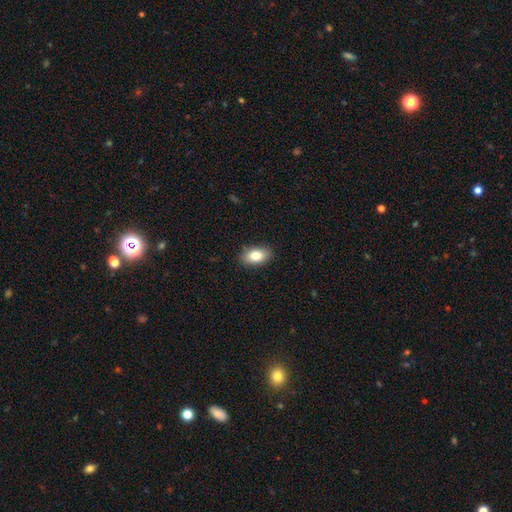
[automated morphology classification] The model was most divided on "smooth or featured": smooth: 80%, featured or disk: 12%, star or artifact: 8%. More confident: how rounded — in between (89%); merging — none (87%).